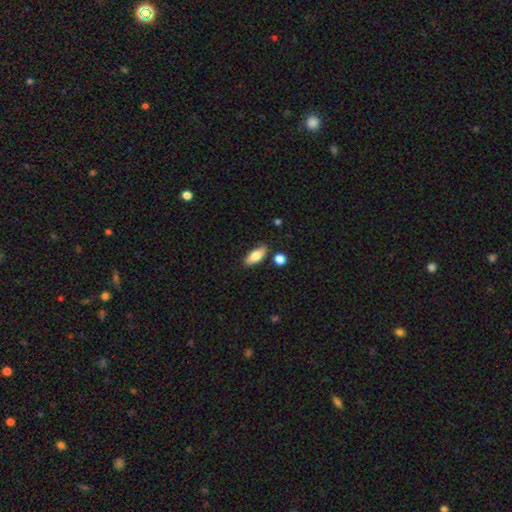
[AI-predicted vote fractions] A smooth galaxy with no disk features (78%) that is in between round and cigar-shaped (81%).

Vote fractions:
- Smooth or featured? smooth: 78% / featured or disk: 15% / star or artifact: 7%
- How rounded? in between: 81% / cigar-shaped: 16% / round: 3%
- Merging? none: 81% / minor disturbance: 12% / merger: 5% / major disturbance: 2%